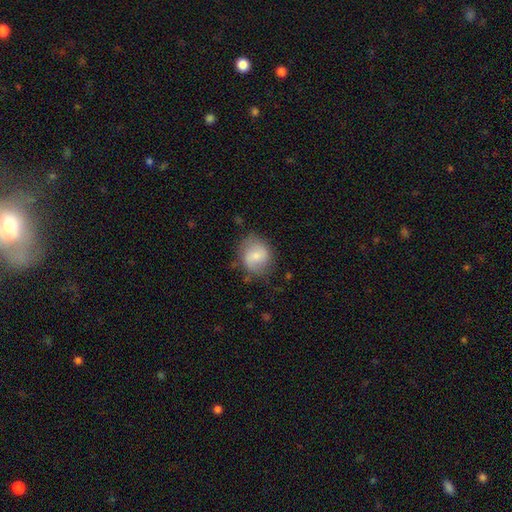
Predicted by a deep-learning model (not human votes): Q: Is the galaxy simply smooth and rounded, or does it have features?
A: smooth — 64%.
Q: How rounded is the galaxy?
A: round — 71%.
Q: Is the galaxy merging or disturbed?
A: none — 67%.